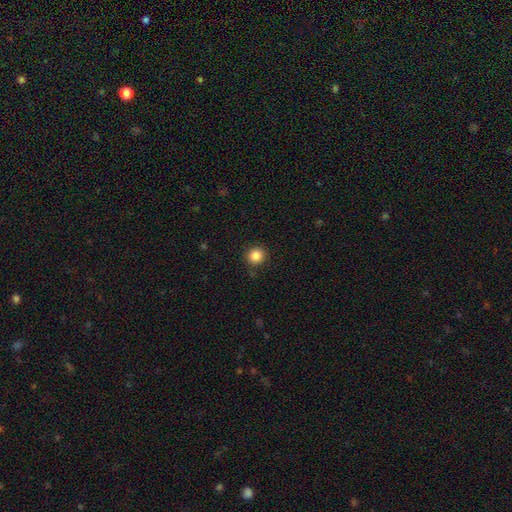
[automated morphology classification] smooth-or-featured: smooth: 86% | star or artifact: 10% | featured or disk: 4%
  how-rounded: round: 92% | in between: 7% | cigar-shaped: 1%
  merging: none: 90% | minor disturbance: 7% | major disturbance: 2% | merger: 1%